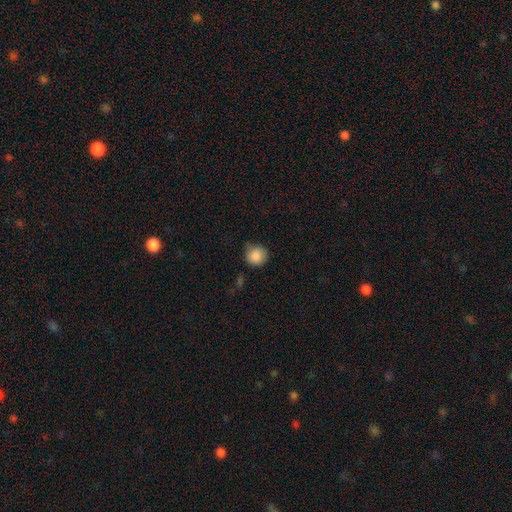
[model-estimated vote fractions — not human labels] This appears to be a smooth galaxy with no disk features (88%) that is round (89%). Merging: none (68%).